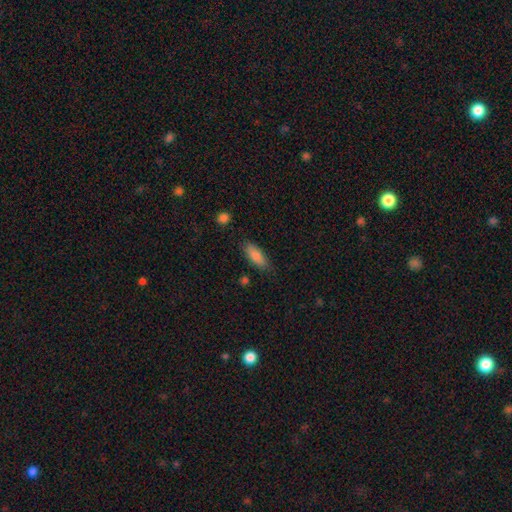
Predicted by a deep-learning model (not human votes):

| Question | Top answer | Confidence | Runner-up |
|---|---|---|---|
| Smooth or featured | smooth | 85% | featured or disk (9%) |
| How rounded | in between | 72% | cigar-shaped (26%) |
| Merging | none | 79% | minor disturbance (15%) |